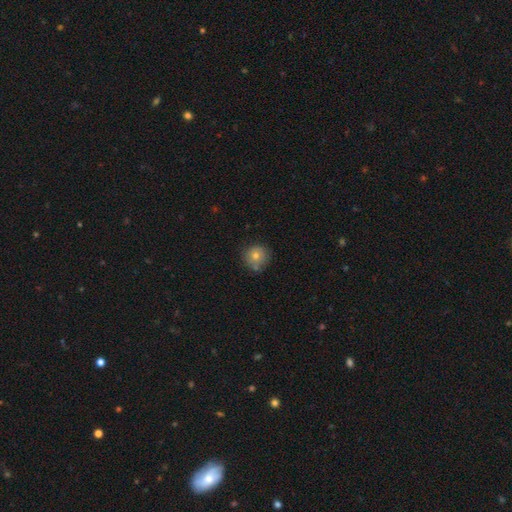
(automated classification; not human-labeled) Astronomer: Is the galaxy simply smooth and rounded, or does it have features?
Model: smooth — 71%.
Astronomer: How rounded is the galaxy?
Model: round — 93%.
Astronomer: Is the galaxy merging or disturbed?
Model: none — 78%.